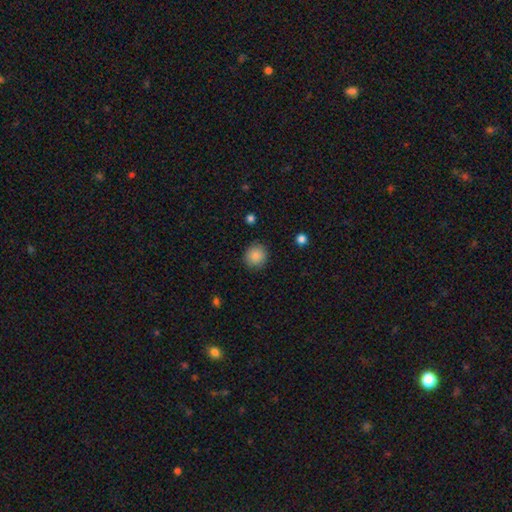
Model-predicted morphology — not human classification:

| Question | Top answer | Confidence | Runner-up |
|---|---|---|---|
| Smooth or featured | smooth | 87% | star or artifact (9%) |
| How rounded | round | 89% | in between (10%) |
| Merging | none | 88% | minor disturbance (8%) |